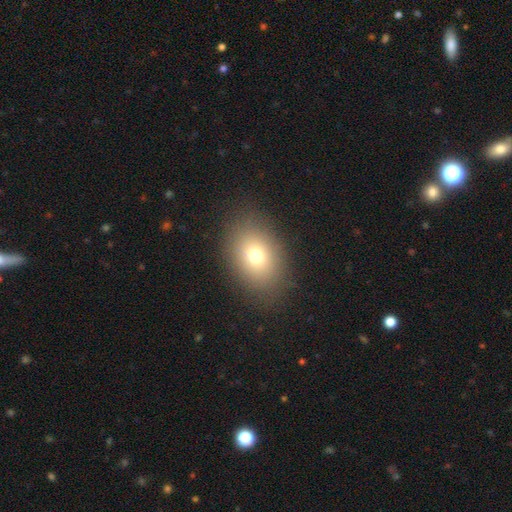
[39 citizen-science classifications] smooth_or_featured: smooth (p=0.82) [alt: star or artifact p=0.10]
how_rounded: in between (p=0.78) [alt: round p=0.22]
merging: none (p=0.86) [alt: major disturbance p=0.09]